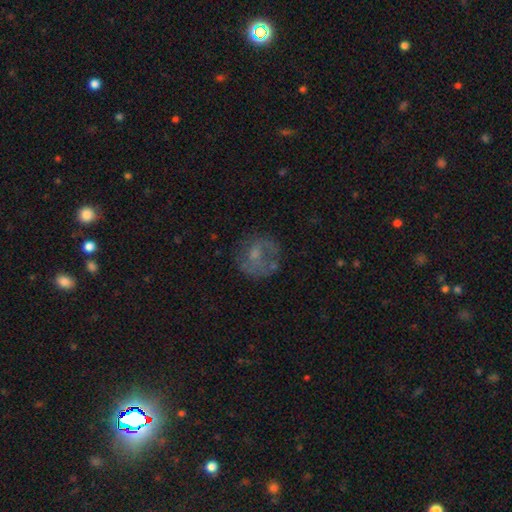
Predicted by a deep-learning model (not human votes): Overall: featured or disk (44%; smooth 42%). Merging: none (55%; minor disturbance 21%).